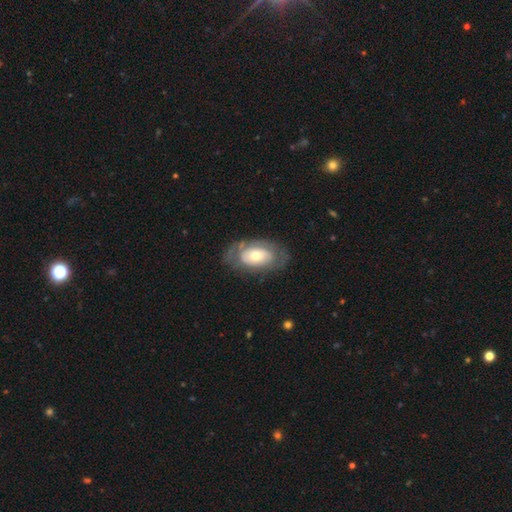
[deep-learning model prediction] smooth-or-featured: featured or disk: 55% | smooth: 39% | star or artifact: 6%
  disk-edge-on: no: 92% | yes: 8%
    bar: no: 81% | weak: 14% | strong: 5%
    has-spiral-arms: no: 60% | yes: 40%
    bulge-size: moderate: 58% | small: 28% | large: 11% | dominant: 2% | none: 1%
  merging: none: 70% | minor disturbance: 18% | major disturbance: 10% | merger: 1%